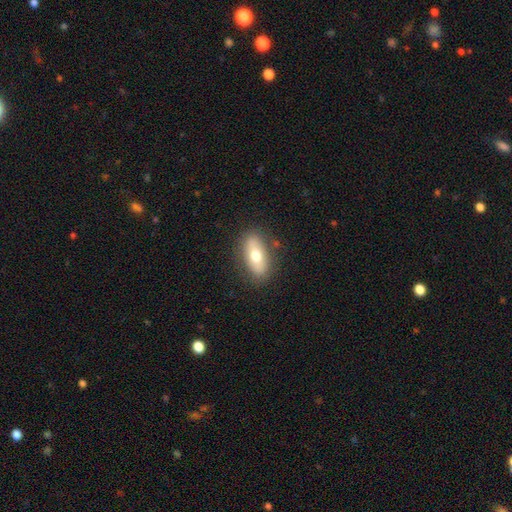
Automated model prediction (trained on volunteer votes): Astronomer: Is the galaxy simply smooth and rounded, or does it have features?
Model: smooth — 66%.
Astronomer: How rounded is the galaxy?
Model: in between — 83%.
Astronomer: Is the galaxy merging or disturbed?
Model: none — 84%.